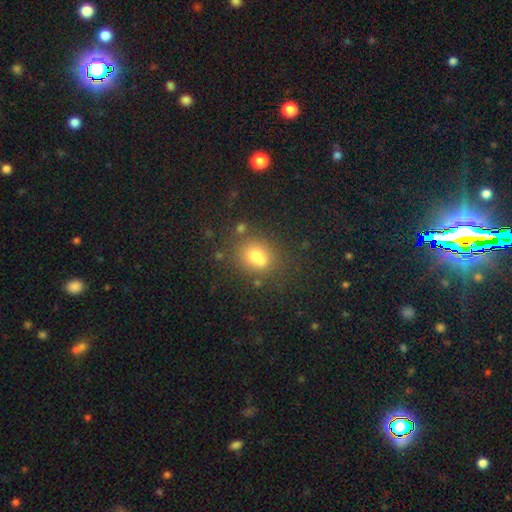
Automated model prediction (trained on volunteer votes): This is likely a smooth galaxy (67%). How rounded: likely round (72%). Merging: possibly none (51%).